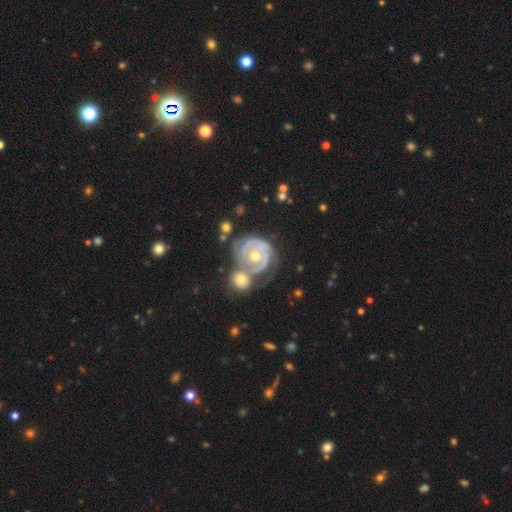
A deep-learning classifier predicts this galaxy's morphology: This appears to be a featured or disk galaxy (82%) with no bar (76%), 2 (43%) tight (74%) spiral arms (84%) and a moderate central bulge (71%). Merging: none (41%).